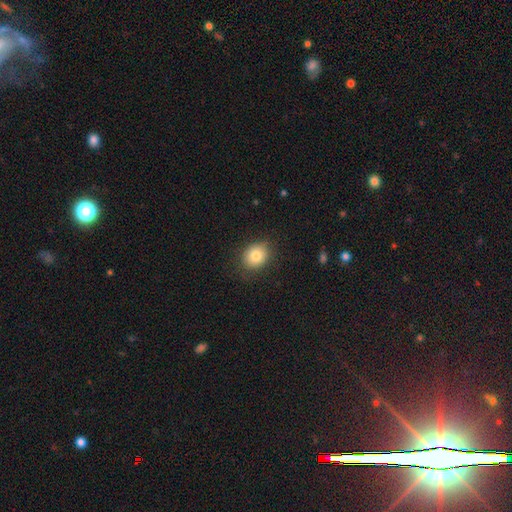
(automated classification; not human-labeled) Morphology: type=smooth (82%); roundness=round (55%); merging=none (81%).